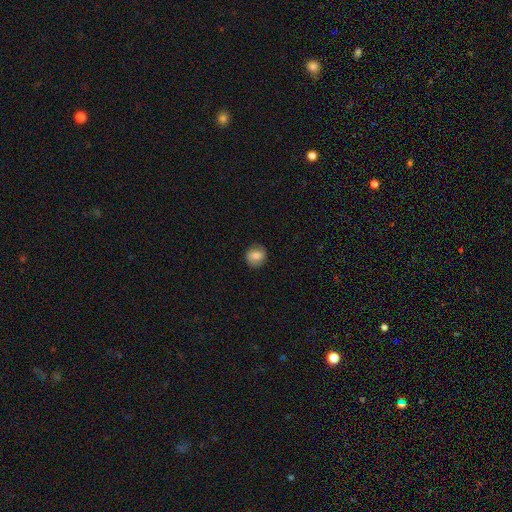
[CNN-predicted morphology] smooth 75%, featured or disk 15%, star or artifact 9%. Down the decision tree: how rounded — round (79%); merging — none (84%).